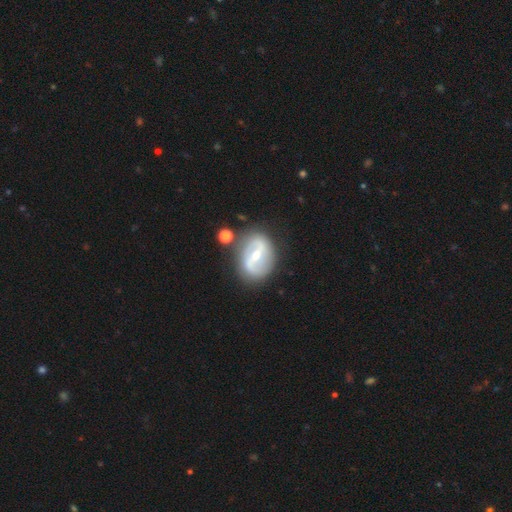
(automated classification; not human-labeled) smooth_or_featured: featured or disk (p=0.80) [alt: smooth p=0.14]
disk_edge_on: no (p=0.96) [alt: yes p=0.04]
bar: strong (p=0.53) [alt: weak p=0.33]
has_spiral_arms: yes (p=0.80) [alt: no p=0.20]
spiral_winding: medium (p=0.41) [alt: loose p=0.39]
spiral_arm_count: 2 (p=0.88) [alt: can't tell p=0.07]
bulge_size: small (p=0.50) [alt: moderate p=0.47]
merging: none (p=0.79) [alt: minor disturbance p=0.12]